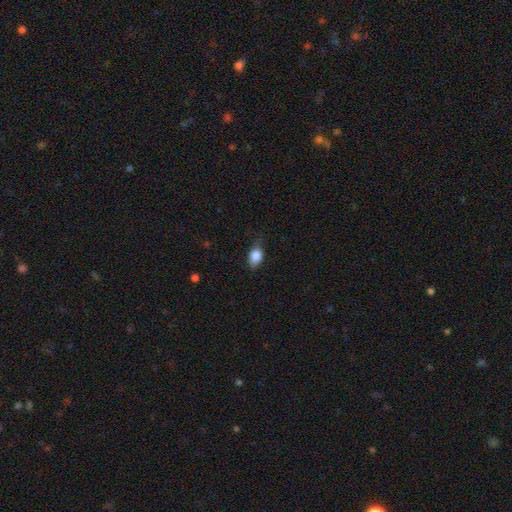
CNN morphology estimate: smooth_or_featured: smooth (p=0.84) [alt: featured or disk p=0.08]
how_rounded: in between (p=0.82) [alt: round p=0.15]
merging: none (p=0.68) [alt: minor disturbance p=0.25]